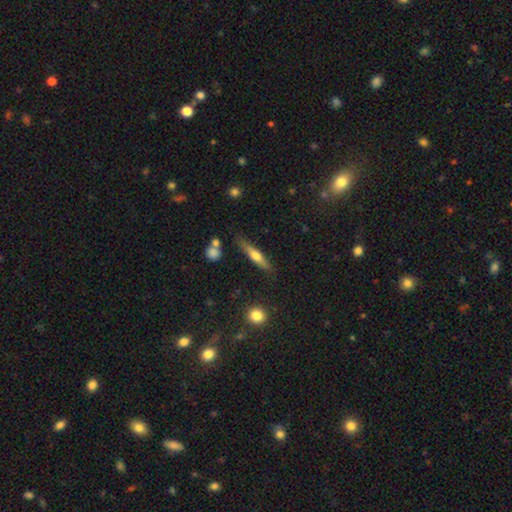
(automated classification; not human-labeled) Morphology: type=featured or disk (48%); merging=none (80%).